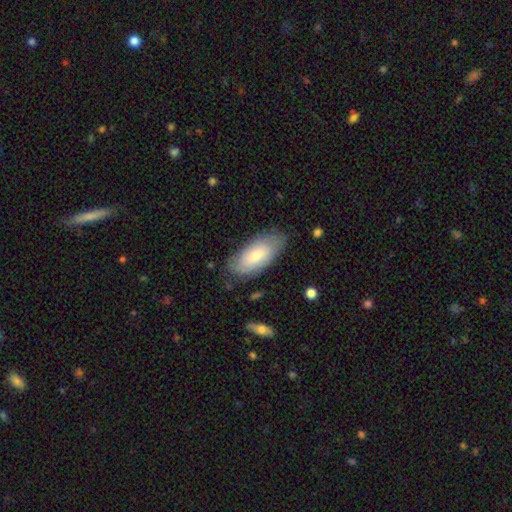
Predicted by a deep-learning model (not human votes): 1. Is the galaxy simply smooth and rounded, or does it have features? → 71% smooth, 23% featured or disk, 6% star or artifact.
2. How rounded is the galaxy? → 90% in between, 8% cigar-shaped, 2% round.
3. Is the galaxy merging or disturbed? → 77% none, 18% minor disturbance, 4% major disturbance, 2% merger.